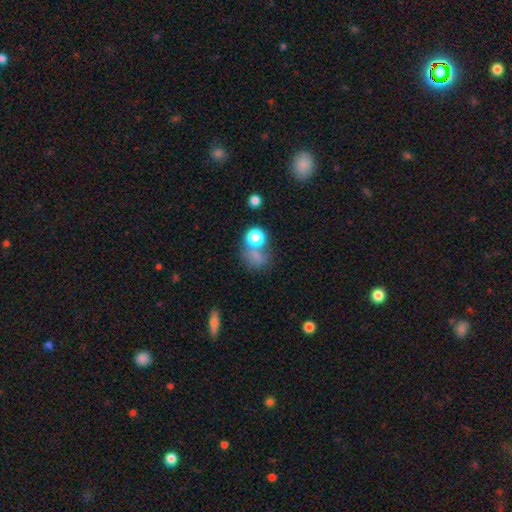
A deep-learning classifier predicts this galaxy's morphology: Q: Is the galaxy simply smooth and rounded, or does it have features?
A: smooth — 67%.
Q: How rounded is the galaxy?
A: round — 61%.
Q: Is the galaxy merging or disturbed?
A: none — 40%.